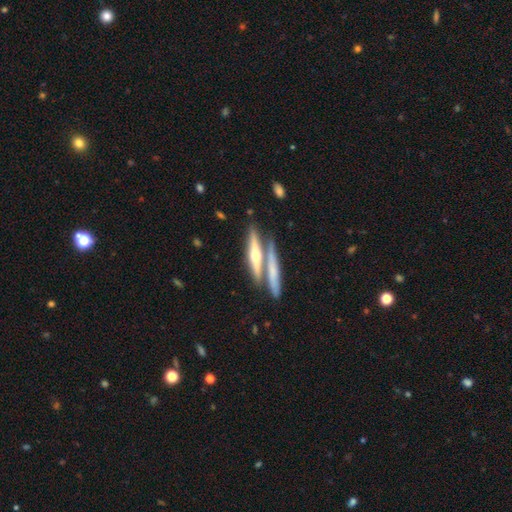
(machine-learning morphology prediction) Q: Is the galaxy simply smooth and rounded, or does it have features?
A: featured or disk — 65%.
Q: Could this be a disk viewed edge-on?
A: yes — 93%.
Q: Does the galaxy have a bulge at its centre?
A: rounded — 86%.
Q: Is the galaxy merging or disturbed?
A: none — 57%.